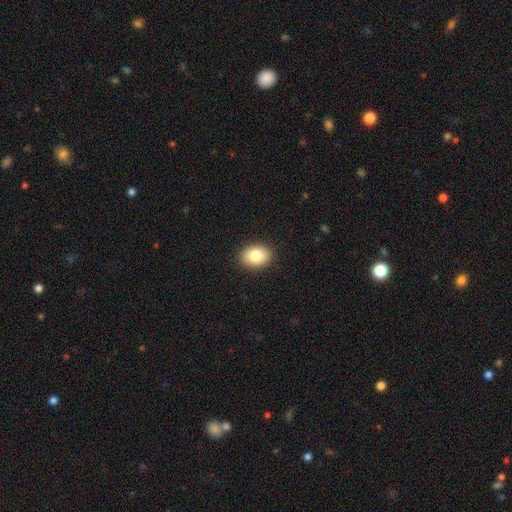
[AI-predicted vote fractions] This appears to be a smooth galaxy with no disk features (81%) that is in between round and cigar-shaped (75%). Merging: none (90%).